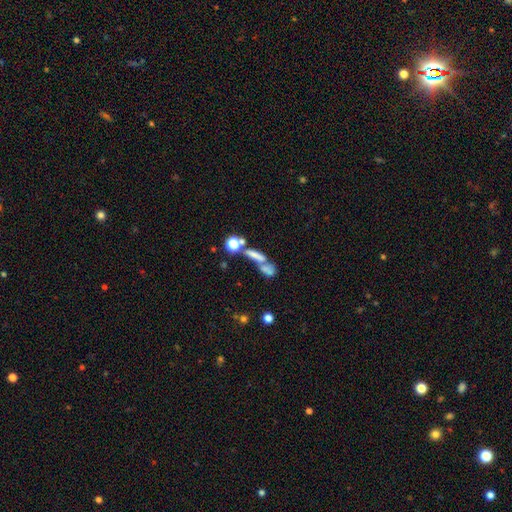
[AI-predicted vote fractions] smooth_or_featured: smooth (p=0.56) [alt: featured or disk p=0.28]
how_rounded: cigar-shaped (p=0.50) [alt: in between p=0.33]
merging: merger (p=0.49) [alt: none p=0.30]